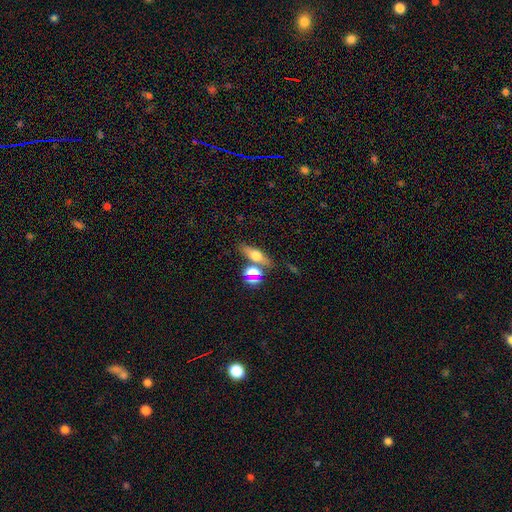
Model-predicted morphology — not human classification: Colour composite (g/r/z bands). It shows a smooth galaxy with no disk features (51%) that is in between round and cigar-shaped (48%). Merging: none (64%).